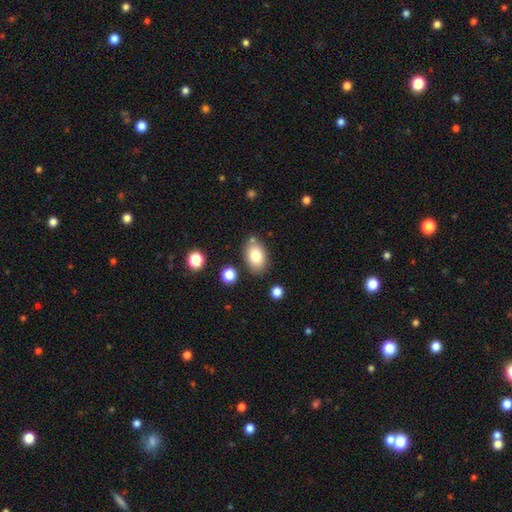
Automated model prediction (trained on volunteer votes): A smooth galaxy with no disk features (80%) that is in between round and cigar-shaped (87%). Merging: none (77%).